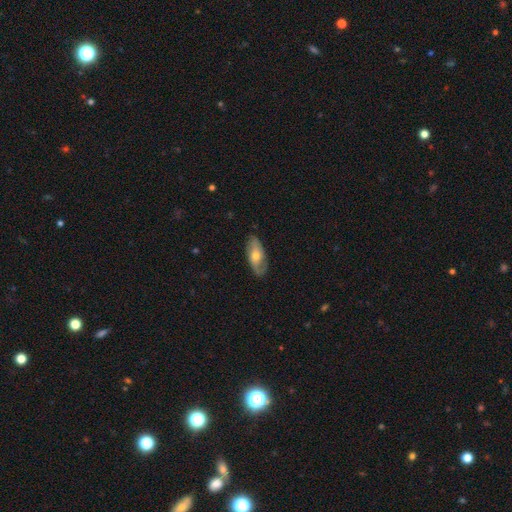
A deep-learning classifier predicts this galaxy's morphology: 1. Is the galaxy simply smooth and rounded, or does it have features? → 52% featured or disk, 42% smooth, 6% star or artifact.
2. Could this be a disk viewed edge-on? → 81% no, 19% yes.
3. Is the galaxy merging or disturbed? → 76% none, 18% minor disturbance, 5% major disturbance, 1% merger.